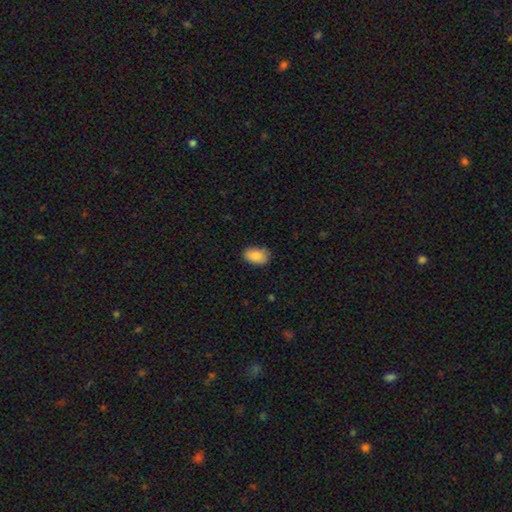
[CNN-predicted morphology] type=smooth (88%); roundness=in between (89%); merging=none (80%).